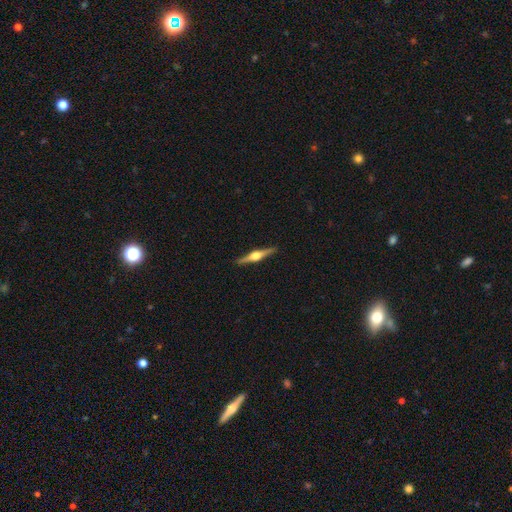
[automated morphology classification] smooth_or_featured: featured or disk (p=0.81) [alt: smooth p=0.14]
disk_edge_on: yes (p=0.98) [alt: no p=0.02]
edge_on_bulge: rounded (p=0.94) [alt: boxy p=0.05]
merging: none (p=0.92) [alt: minor disturbance p=0.06]